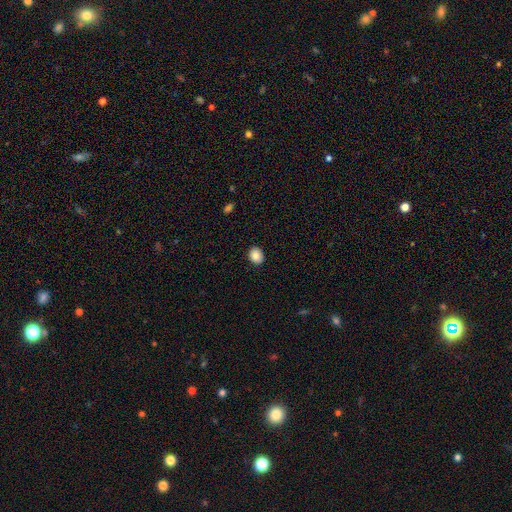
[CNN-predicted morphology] Smooth or featured: smooth — 86% (star or artifact — 8%)
How rounded: round — 51% (in between — 48%)
Merging: none — 90% (minor disturbance — 7%)